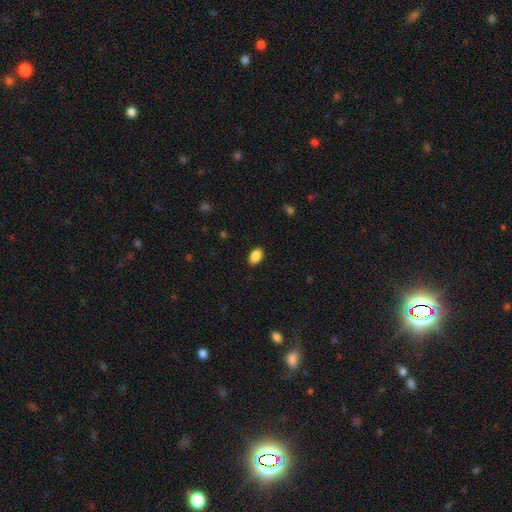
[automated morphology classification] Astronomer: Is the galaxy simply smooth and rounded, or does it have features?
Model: smooth — 89%.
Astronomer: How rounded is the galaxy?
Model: in between — 91%.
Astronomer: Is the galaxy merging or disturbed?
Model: none — 88%.